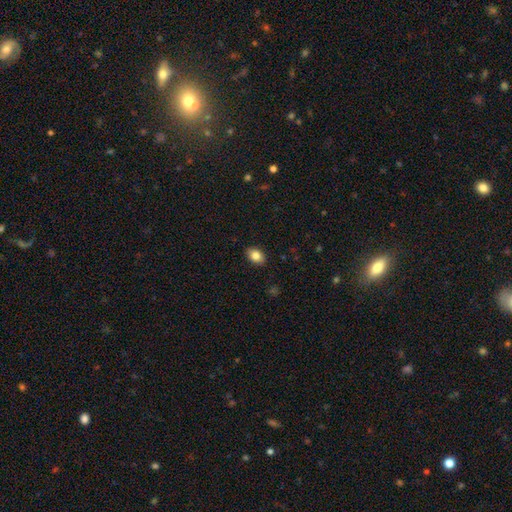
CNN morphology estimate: The model was most divided on "how rounded": in between: 81%, round: 17%, cigar-shaped: 1%. More confident: merging — none (88%); smooth or featured — smooth (83%).